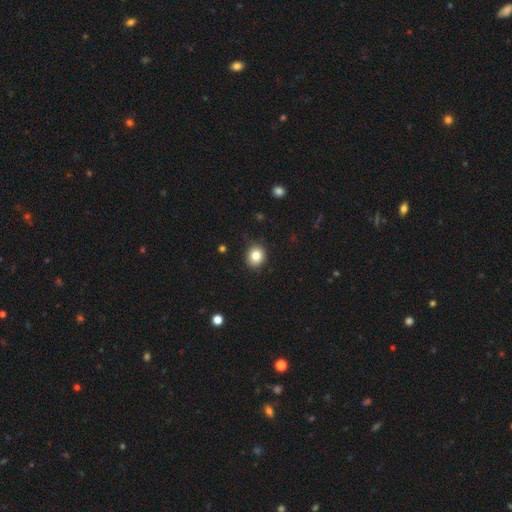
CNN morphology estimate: type=smooth (82%); roundness=round (78%); merging=none (86%).